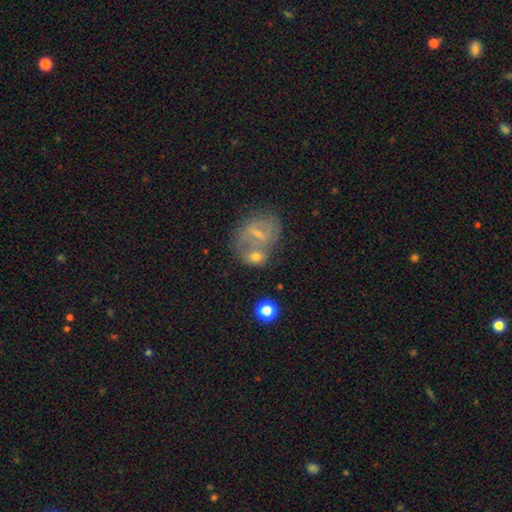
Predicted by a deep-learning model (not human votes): Overall: smooth (45%; featured or disk 42%). Merging: none (43%; merger 37%).